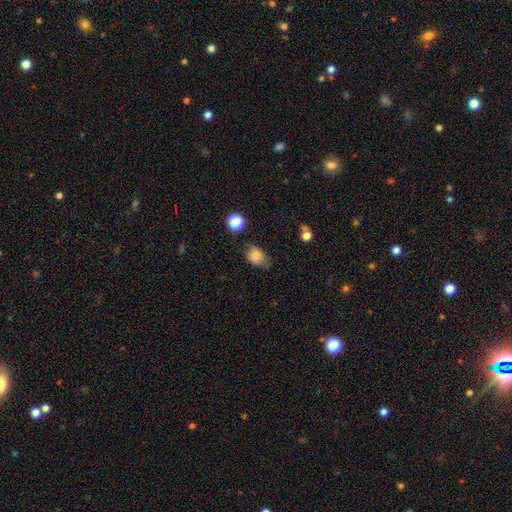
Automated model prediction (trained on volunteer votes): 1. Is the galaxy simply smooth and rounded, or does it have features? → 82% smooth, 10% star or artifact, 8% featured or disk.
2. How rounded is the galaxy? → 70% in between, 29% round, 1% cigar-shaped.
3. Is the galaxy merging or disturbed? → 57% none, 33% minor disturbance, 8% major disturbance, 2% merger.